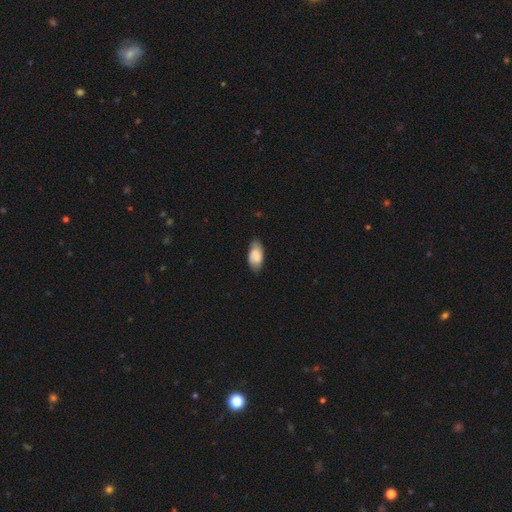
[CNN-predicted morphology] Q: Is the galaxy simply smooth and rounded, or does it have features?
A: smooth — 76%.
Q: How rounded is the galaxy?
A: in between — 93%.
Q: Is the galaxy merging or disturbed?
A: none — 72%.